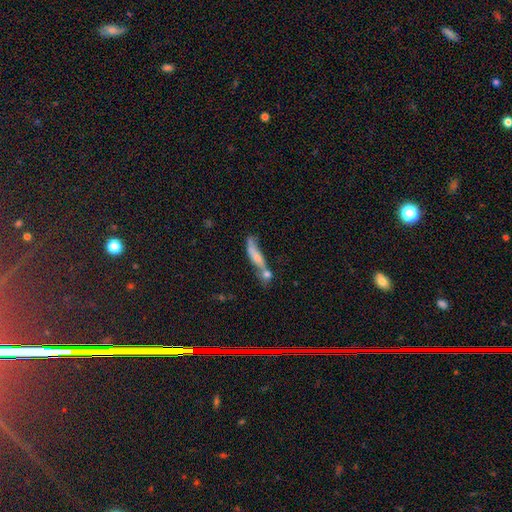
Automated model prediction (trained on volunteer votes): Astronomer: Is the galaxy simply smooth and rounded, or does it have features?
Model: smooth — 56% (runner-up: featured or disk, 35%).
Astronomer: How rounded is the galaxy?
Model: cigar-shaped — 76%.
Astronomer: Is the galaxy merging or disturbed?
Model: merger — 45% (runner-up: none, 28%).